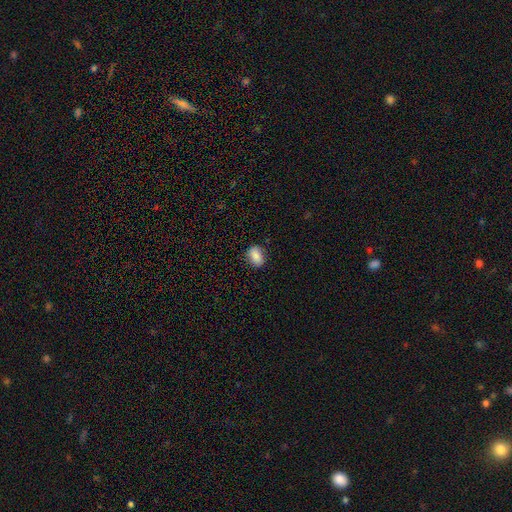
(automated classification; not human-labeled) smooth 86%, star or artifact 8%, featured or disk 6%. Down the decision tree: how rounded — in between (76%); merging — none (82%).